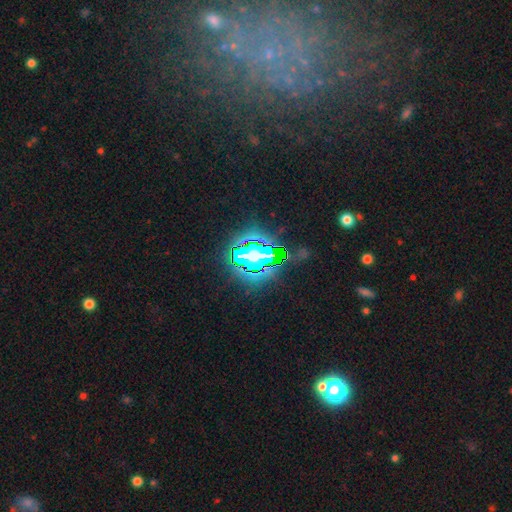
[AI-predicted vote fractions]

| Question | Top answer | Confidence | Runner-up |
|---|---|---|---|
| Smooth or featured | star or artifact | 67% | smooth (18%) |